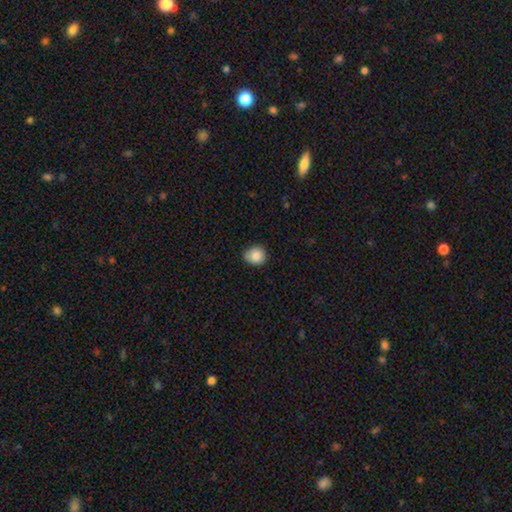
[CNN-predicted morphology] smooth-or-featured: smooth: 85% | star or artifact: 9% | featured or disk: 6%
  how-rounded: round: 82% | in between: 17% | cigar-shaped: 1%
  merging: none: 74% | minor disturbance: 22% | major disturbance: 3% | merger: 1%